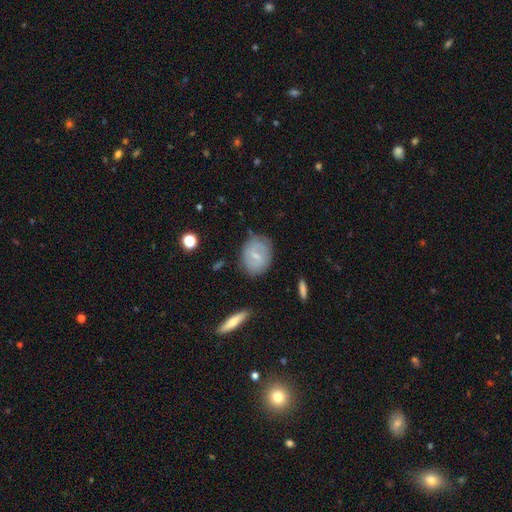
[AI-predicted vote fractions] Smooth or featured? Predicted: featured or disk (p=0.60). Edge-on disk? Predicted: no (p=0.95). Bar? Predicted: weak (p=0.60). Spiral arms? Predicted: yes (p=0.79). Bulge size? Predicted: small (p=0.66). Merging? Predicted: none (p=0.78).